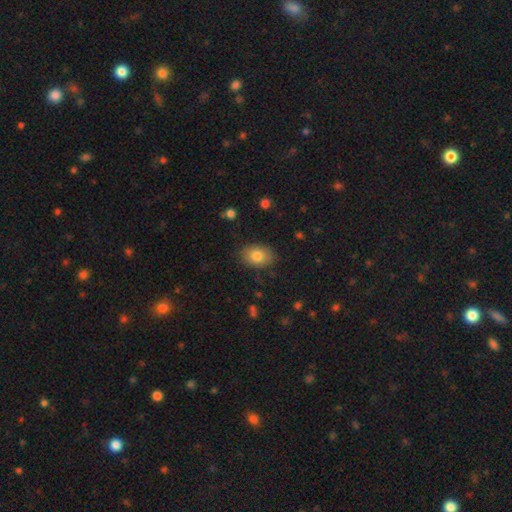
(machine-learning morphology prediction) Smooth or featured: smooth — 82% (featured or disk — 10%)
How rounded: in between — 78% (round — 21%)
Merging: none — 85% (minor disturbance — 11%)